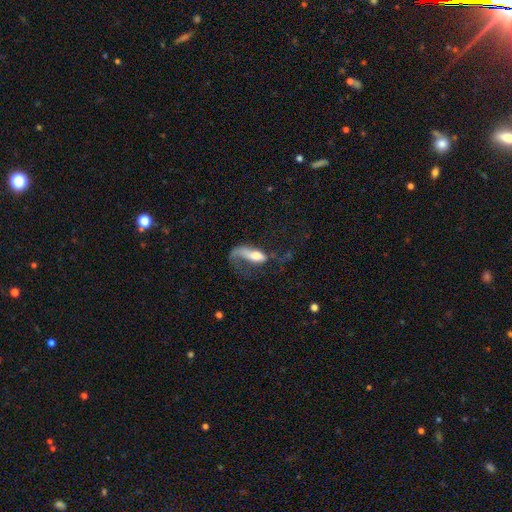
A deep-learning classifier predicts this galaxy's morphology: smooth-or-featured: smooth: 46% | featured or disk: 45% | star or artifact: 8%
  merging: major disturbance: 60% | none: 20% | minor disturbance: 15% | merger: 5%